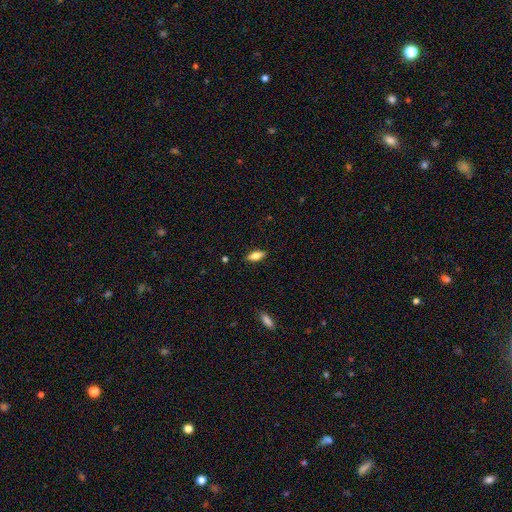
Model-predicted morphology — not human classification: smooth_or_featured: smooth (p=0.72) [alt: featured or disk p=0.21]
how_rounded: in between (p=0.75) [alt: cigar-shaped p=0.23]
merging: none (p=0.87) [alt: minor disturbance p=0.10]